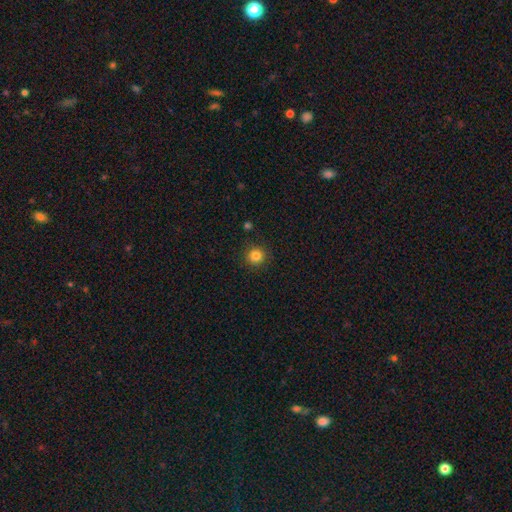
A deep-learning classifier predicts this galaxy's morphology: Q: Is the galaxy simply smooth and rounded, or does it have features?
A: smooth — 83%.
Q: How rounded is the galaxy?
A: round — 94%.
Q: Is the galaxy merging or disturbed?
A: none — 90%.